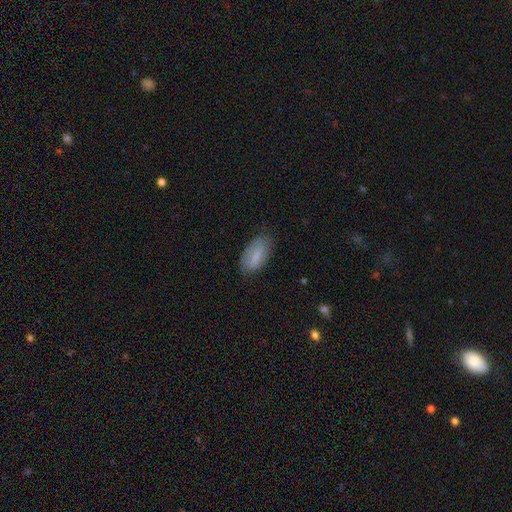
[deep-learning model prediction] This appears to be a smooth galaxy with no disk features (66%) that is in between round and cigar-shaped (88%). Merging: none (69%).